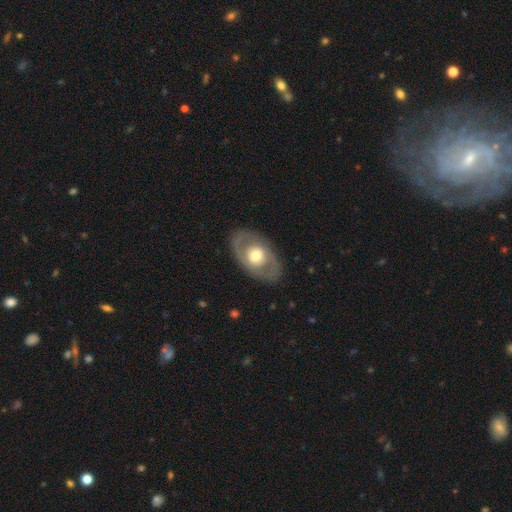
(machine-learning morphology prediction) Smooth or featured? featured or disk (62%)
Edge-on disk? no (91%)
Bar? no (75%)
Spiral arms? no (60%)
Bulge size? moderate (61%)
Merging? none (83%)